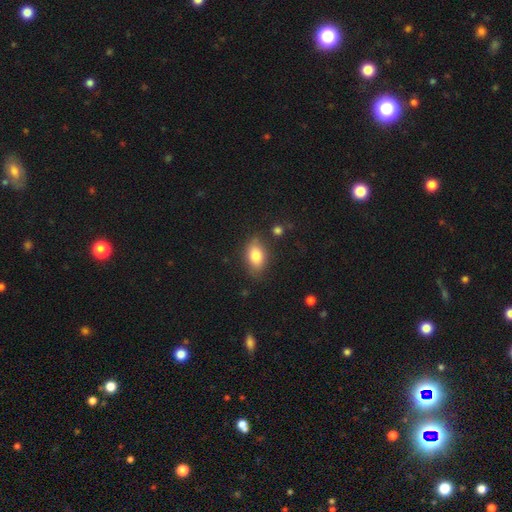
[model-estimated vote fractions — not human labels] Smooth or featured: smooth — 82% (featured or disk — 10%)
How rounded: in between — 87% (round — 9%)
Merging: none — 78% (minor disturbance — 16%)